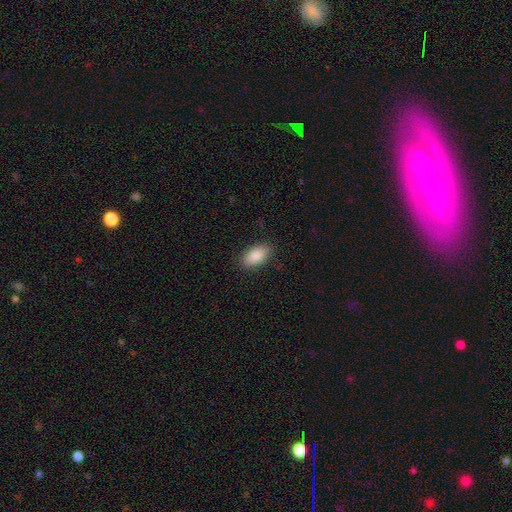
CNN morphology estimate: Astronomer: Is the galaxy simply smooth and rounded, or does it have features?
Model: smooth — 89%.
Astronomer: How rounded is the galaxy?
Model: in between — 93%.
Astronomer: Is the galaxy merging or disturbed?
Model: none — 87%.